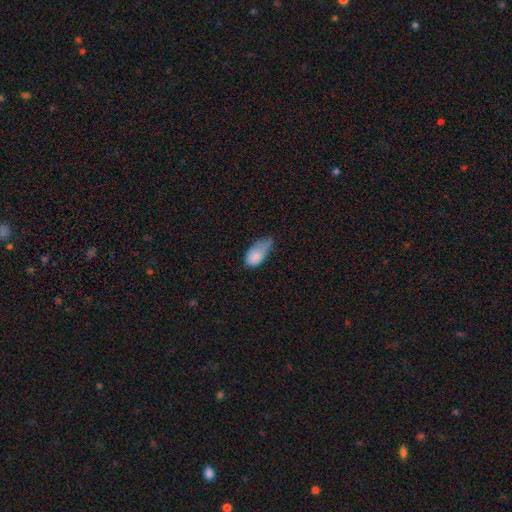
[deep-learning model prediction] smooth 80%, featured or disk 12%, star or artifact 8%. Down the decision tree: how rounded — in between (91%); merging — minor disturbance (47%).